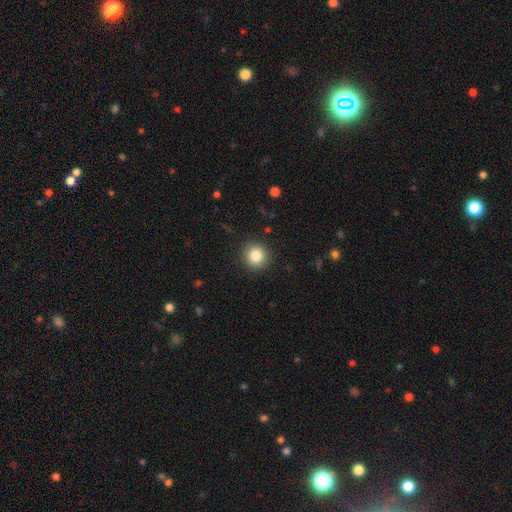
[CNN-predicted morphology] This appears to be a smooth galaxy with no disk features (84%) that is round (94%). Merging: none (91%).